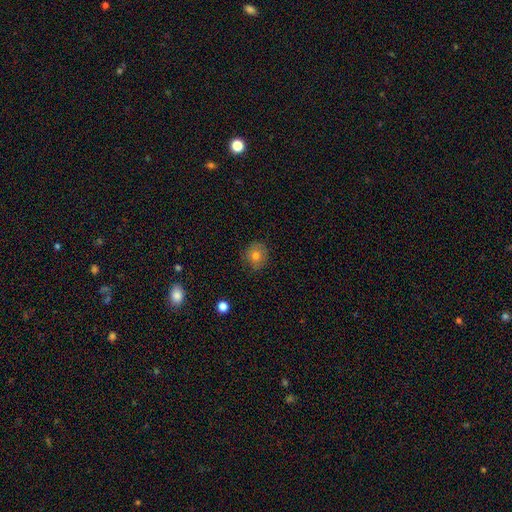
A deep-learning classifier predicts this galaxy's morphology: Smooth or featured? Predicted: smooth (p=0.75). How rounded? Predicted: round (p=0.84). Merging? Predicted: none (p=0.84).